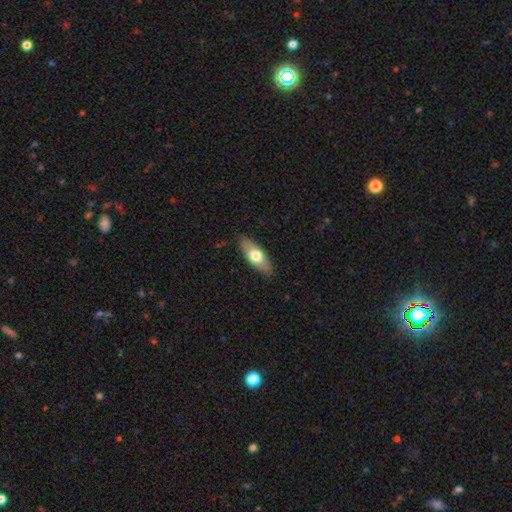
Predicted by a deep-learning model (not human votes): Smooth or featured? smooth (62%)
How rounded? in between (74%)
Merging? none (84%)